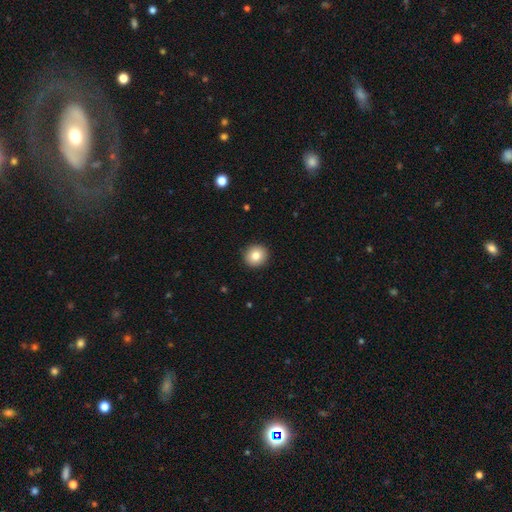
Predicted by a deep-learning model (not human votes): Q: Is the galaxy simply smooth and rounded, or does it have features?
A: smooth — 83%.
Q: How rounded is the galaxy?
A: round — 91%.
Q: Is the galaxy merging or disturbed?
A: none — 92%.